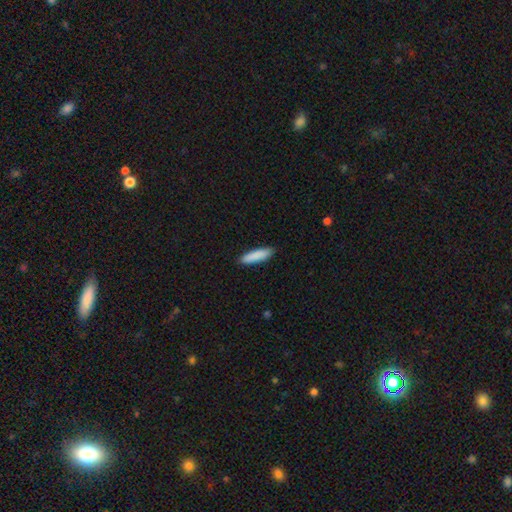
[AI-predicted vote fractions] A smooth galaxy with no disk features (88%) that is cigar-shaped (73%). Merging: none (89%).